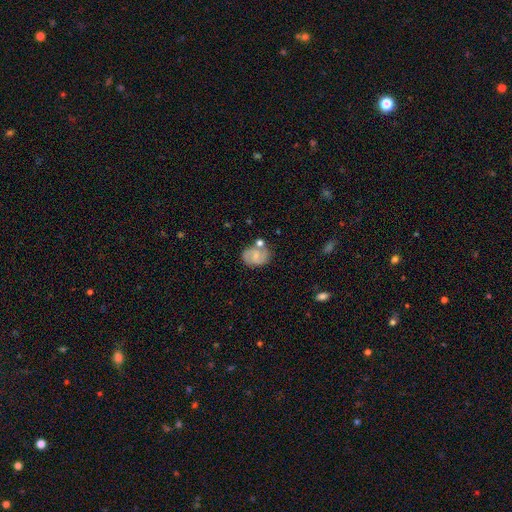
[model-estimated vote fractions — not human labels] Q: Smooth or featured?
A: featured or disk (53%); runner-up: smooth (40%)
Q: Edge-on disk?
A: no (97%); runner-up: yes (3%)
Q: Bar?
A: weak (46%); runner-up: no (44%)
Q: Spiral arms?
A: yes (82%); runner-up: no (18%)
Q: Bulge size?
A: small (54%); runner-up: moderate (31%)
Q: Merging?
A: none (60%); runner-up: minor disturbance (19%)